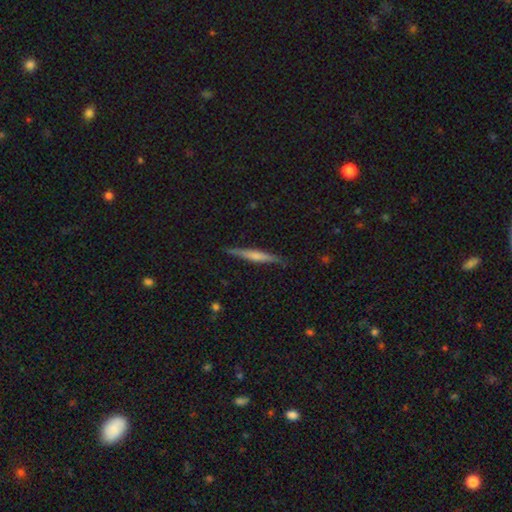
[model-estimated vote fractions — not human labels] featured or disk 50%, smooth 44%, star or artifact 6%. Down the decision tree: merging — none (87%).